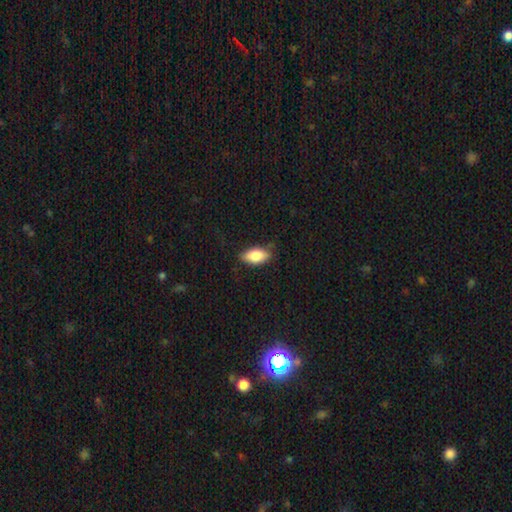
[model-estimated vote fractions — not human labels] Overall: smooth (80%). How rounded: in between (89%). Merging: none (76%).